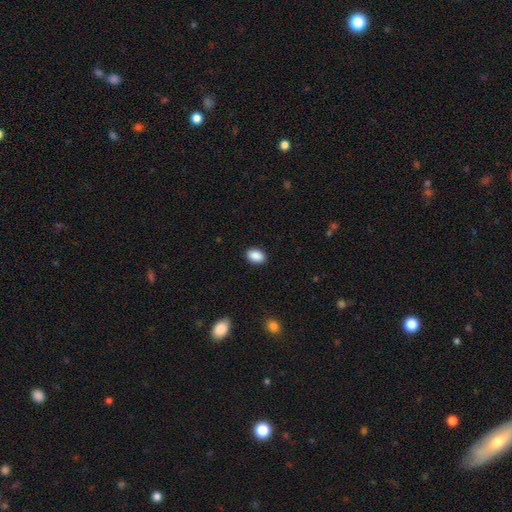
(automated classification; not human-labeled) Overall: smooth (90%). How rounded: in between (84%). Merging: none (89%).